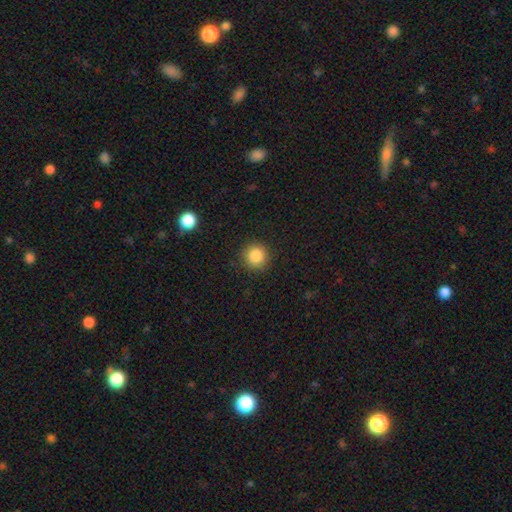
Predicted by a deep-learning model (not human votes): Overall: smooth (85%). How rounded: round (94%). Merging: none (91%).